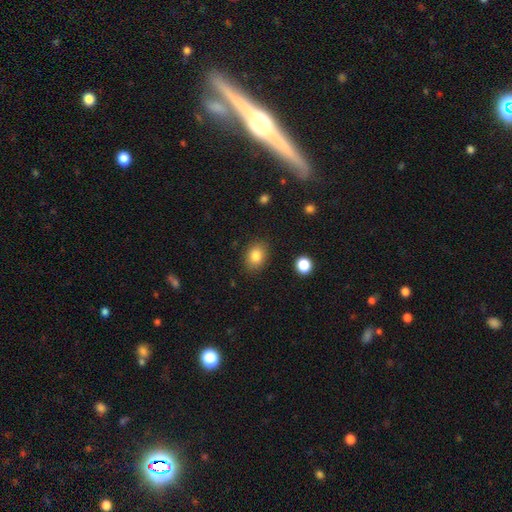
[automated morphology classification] smooth_or_featured: smooth (p=0.84) [alt: star or artifact p=0.09]
how_rounded: in between (p=0.70) [alt: round p=0.29]
merging: none (p=0.85) [alt: minor disturbance p=0.10]